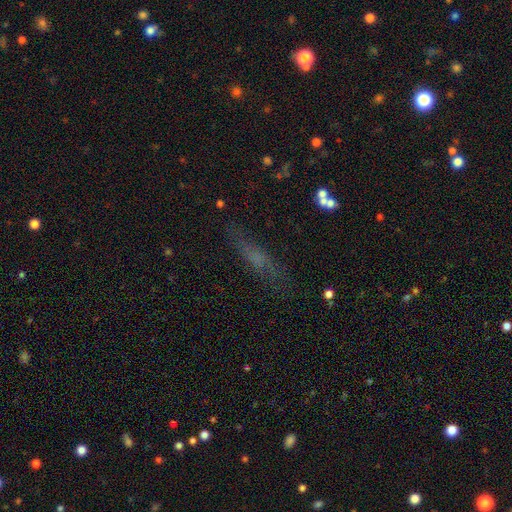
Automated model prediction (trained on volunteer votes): Morphology: type=featured or disk (36%); merging=none (78%).